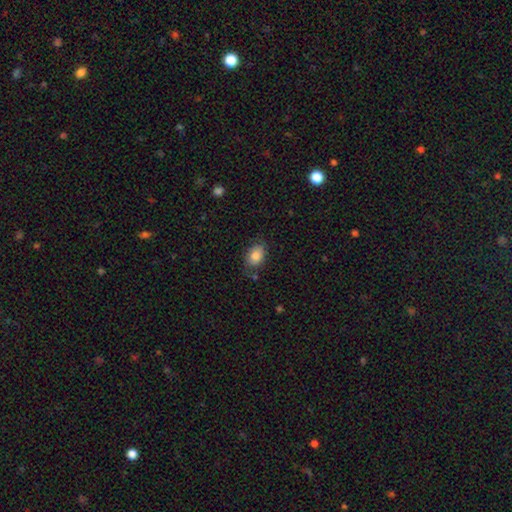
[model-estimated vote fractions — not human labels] A smooth galaxy with no disk features (82%) that is in between round and cigar-shaped (80%).

Vote fractions:
- Smooth or featured? smooth: 82% / featured or disk: 10% / star or artifact: 8%
- How rounded? in between: 80% / round: 19% / cigar-shaped: 1%
- Merging? none: 73% / minor disturbance: 19% / major disturbance: 5% / merger: 3%